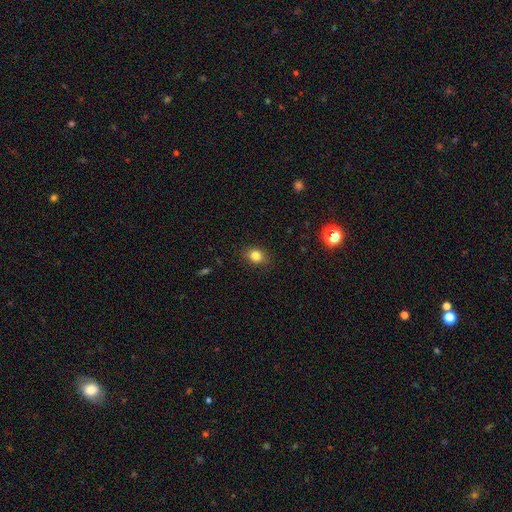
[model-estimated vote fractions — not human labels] This is clearly a smooth galaxy (82%). How rounded: possibly in between (56%). Merging: clearly none (85%).